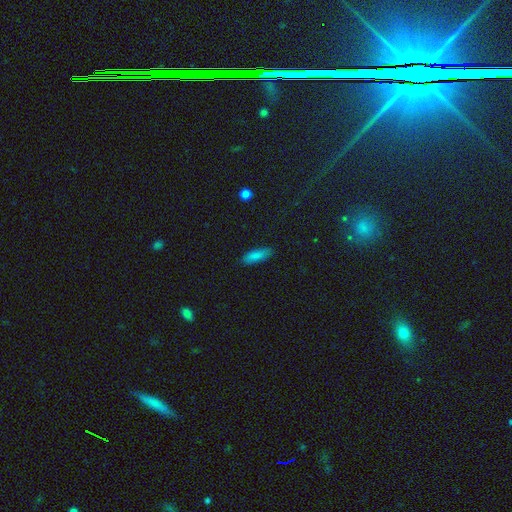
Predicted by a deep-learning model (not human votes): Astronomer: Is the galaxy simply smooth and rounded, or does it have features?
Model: smooth — 83%.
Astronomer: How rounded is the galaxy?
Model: in between — 57% (runner-up: cigar-shaped, 41%).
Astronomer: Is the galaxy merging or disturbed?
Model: none — 86%.